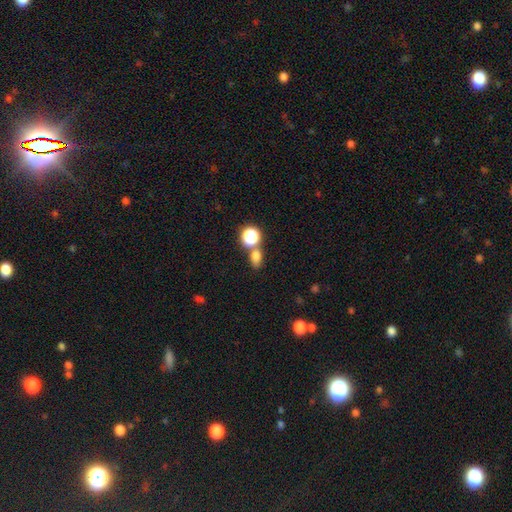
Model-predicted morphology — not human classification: Smooth or featured?
  - smooth: 75% *
  - star or artifact: 18%
  - featured or disk: 7%
How rounded?
  - in between: 65% *
  - round: 32%
  - cigar-shaped: 3%
Merging?
  - none: 56% *
  - merger: 28%
  - minor disturbance: 11%
  - major disturbance: 5%